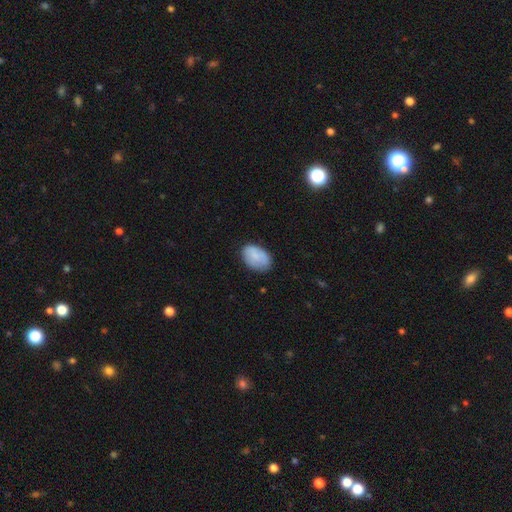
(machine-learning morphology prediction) This is clearly a smooth galaxy (83%). How rounded: clearly in between (89%). Merging: likely none (74%).